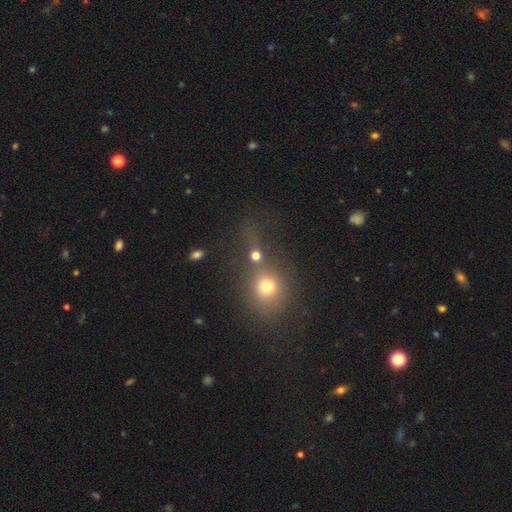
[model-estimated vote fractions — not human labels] This is likely a smooth galaxy (67%). How rounded: likely round (79%). Merging: possibly none (47%).